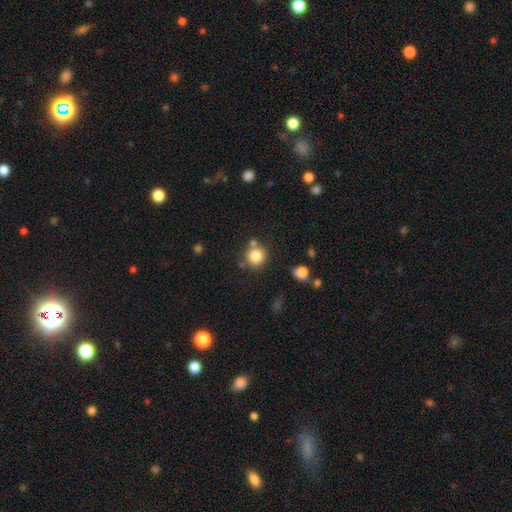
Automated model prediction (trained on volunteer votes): This is clearly a smooth galaxy (82%). How rounded: clearly round (92%). Merging: likely none (74%).